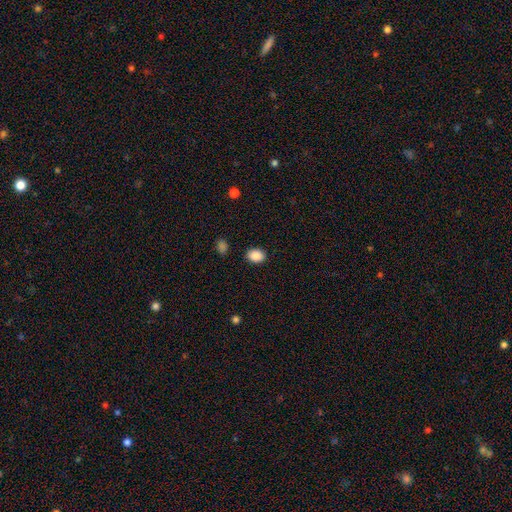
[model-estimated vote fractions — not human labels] Smooth or featured?
  - smooth: 89% *
  - star or artifact: 8%
  - featured or disk: 3%
How rounded?
  - in between: 62% *
  - round: 37%
  - cigar-shaped: 1%
Merging?
  - none: 88% *
  - minor disturbance: 8%
  - major disturbance: 2%
  - merger: 2%